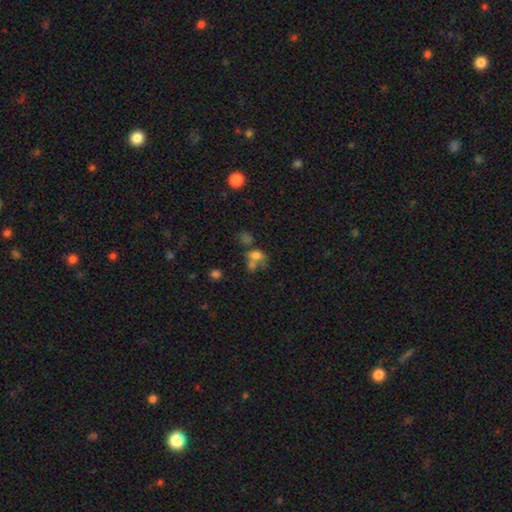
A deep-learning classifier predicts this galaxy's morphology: Smooth or featured? smooth (65%)
How rounded? in between (62%)
Merging? merger (48%)